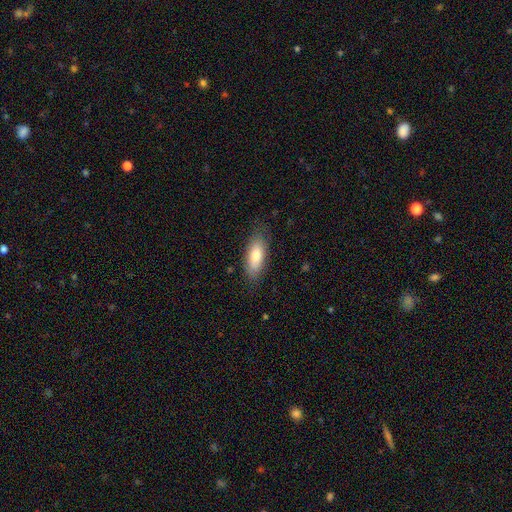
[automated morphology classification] smooth-or-featured: smooth: 77% | featured or disk: 17% | star or artifact: 6%
  how-rounded: in between: 75% | cigar-shaped: 23% | round: 2%
  merging: none: 79% | minor disturbance: 16% | major disturbance: 4% | merger: 1%